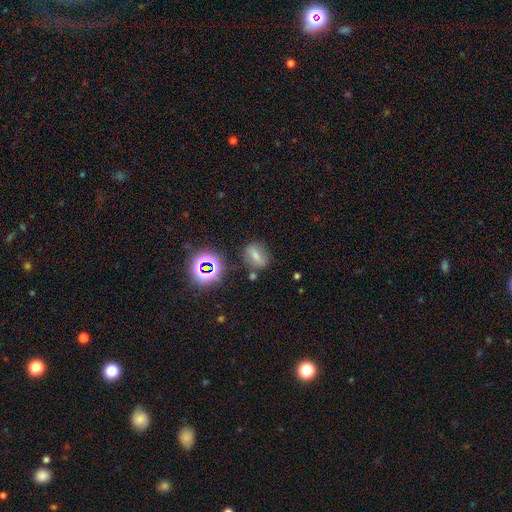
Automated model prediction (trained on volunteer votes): This is possibly a smooth galaxy (53%). How rounded: possibly in between (55%). Merging: likely none (75%).